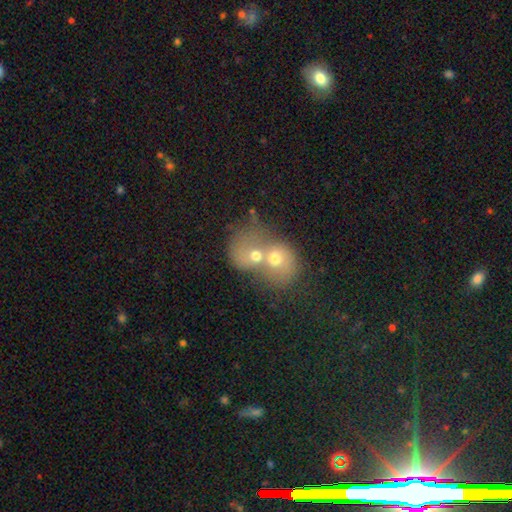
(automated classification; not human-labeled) smooth_or_featured: smooth (p=0.57) [alt: featured or disk p=0.31]
how_rounded: round (p=0.64) [alt: in between p=0.34]
merging: merger (p=0.82) [alt: none p=0.10]